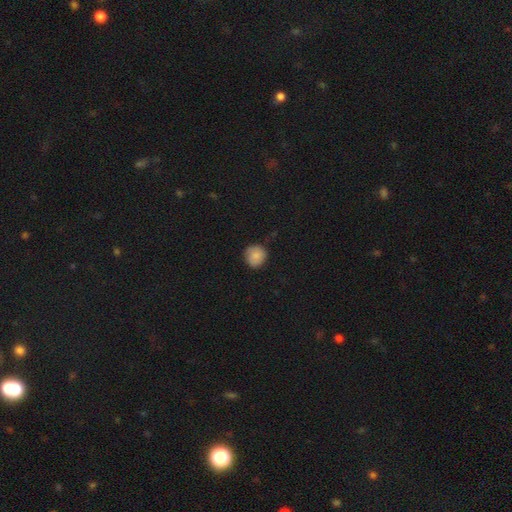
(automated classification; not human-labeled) smooth_or_featured: smooth (p=0.85) [alt: star or artifact p=0.08]
how_rounded: round (p=0.89) [alt: in between p=0.10]
merging: none (p=0.83) [alt: minor disturbance p=0.14]